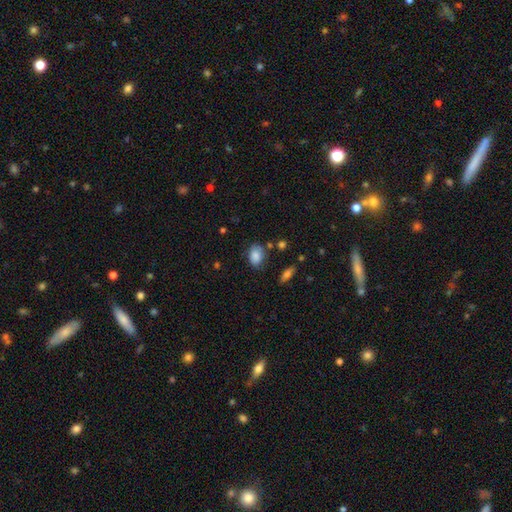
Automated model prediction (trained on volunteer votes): A smooth galaxy with no disk features (84%) that is in between round and cigar-shaped (80%). Merging: none (65%).